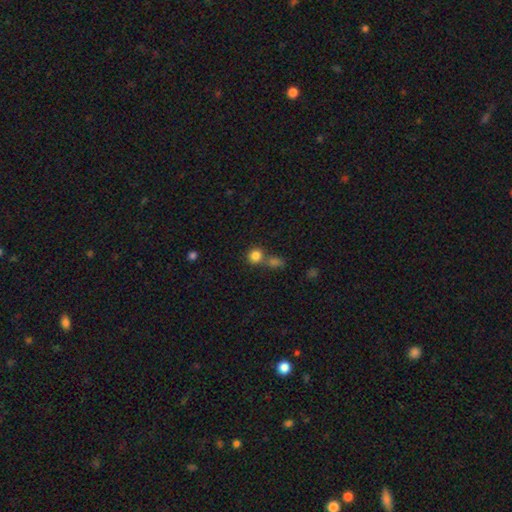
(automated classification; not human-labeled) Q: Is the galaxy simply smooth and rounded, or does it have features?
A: smooth — 83%.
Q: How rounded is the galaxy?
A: round — 83%.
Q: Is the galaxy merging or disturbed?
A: none — 55%.